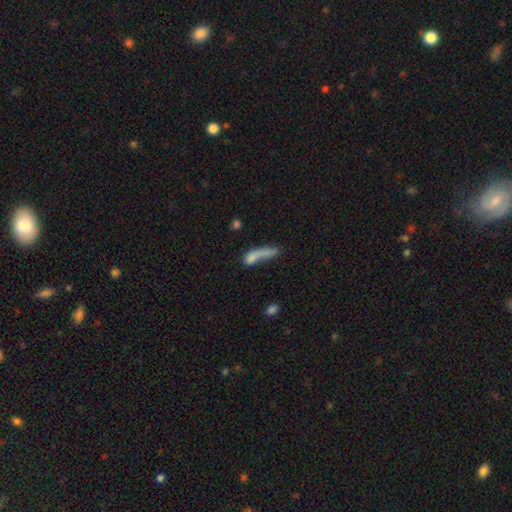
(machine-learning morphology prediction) type=smooth (69%); roundness=cigar-shaped (62%); merging=none (31%).